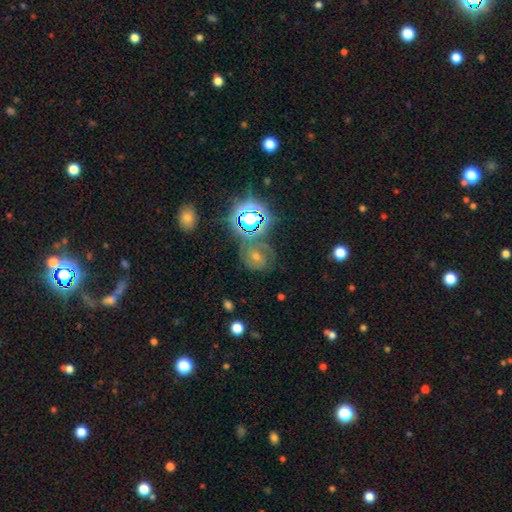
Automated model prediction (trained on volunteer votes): Q: Smooth or featured?
A: featured or disk (41%); tied with: star or artifact (41%)
Q: Merging?
A: none (69%); runner-up: minor disturbance (16%)